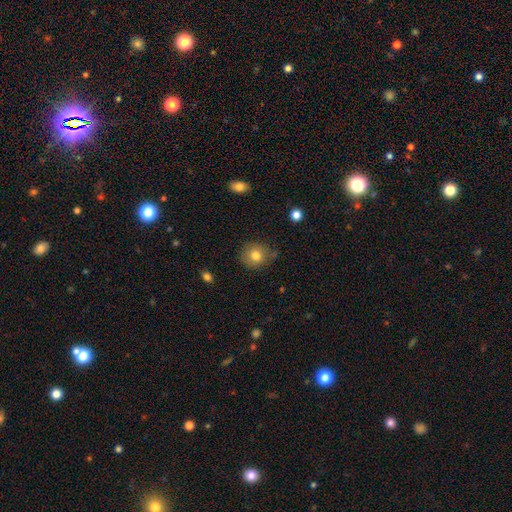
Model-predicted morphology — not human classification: Q: Smooth or featured?
A: smooth (79%); runner-up: star or artifact (11%)
Q: How rounded?
A: round (82%); runner-up: in between (17%)
Q: Merging?
A: none (76%); runner-up: minor disturbance (17%)